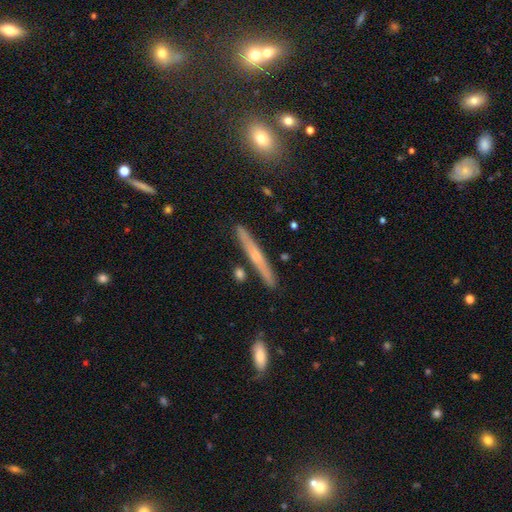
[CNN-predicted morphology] A featured or disk galaxy (56%) viewed edge-on (96%) with a rounded central bulge (58%).

Vote fractions:
- Smooth or featured? featured or disk: 56% / smooth: 37% / star or artifact: 7%
- Edge-on disk? yes: 96% / no: 4%
- Edge-on bulge? rounded: 58% / none: 36% / boxy: 6%
- Merging? none: 87% / minor disturbance: 9% / merger: 3% / major disturbance: 2%